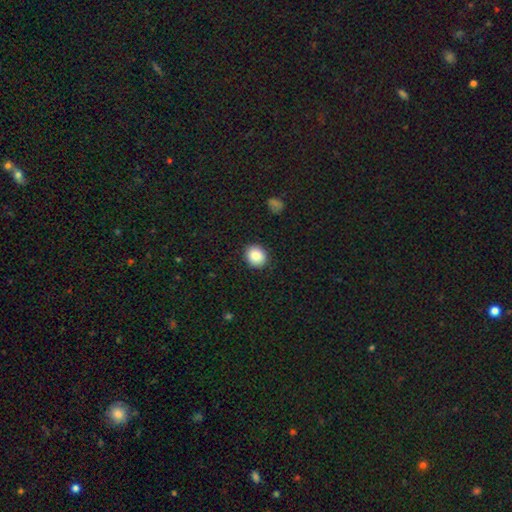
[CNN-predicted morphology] smooth_or_featured: smooth (p=0.86) [alt: star or artifact p=0.09]
how_rounded: round (p=0.75) [alt: in between p=0.24]
merging: none (p=0.90) [alt: minor disturbance p=0.07]